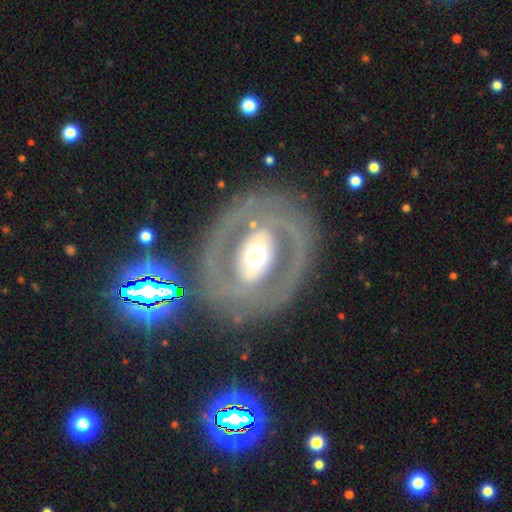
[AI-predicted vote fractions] A featured or disk galaxy (73%) with no bar (40%), no spiral arms (56%) and a moderate central bulge (56%).

Vote fractions:
- Smooth or featured? featured or disk: 73% / smooth: 20% / star or artifact: 6%
- Edge-on disk? no: 94% / yes: 6%
- Bar? no: 40% / strong: 35% / weak: 25%
- Spiral arms? no: 56% / yes: 44%
- Bulge size? moderate: 56% / large: 31% / small: 7% / dominant: 5% / none: 1%
- Merging? none: 77% / minor disturbance: 11% / major disturbance: 9% / merger: 3%